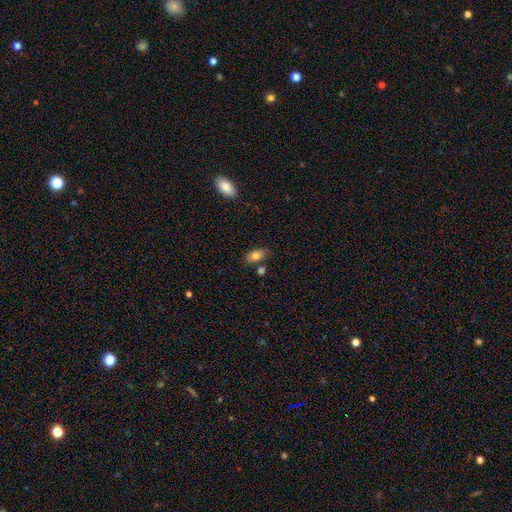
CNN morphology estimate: Q: Smooth or featured?
A: smooth (79%); runner-up: featured or disk (13%)
Q: How rounded?
A: in between (90%); runner-up: round (7%)
Q: Merging?
A: none (70%); runner-up: minor disturbance (16%)